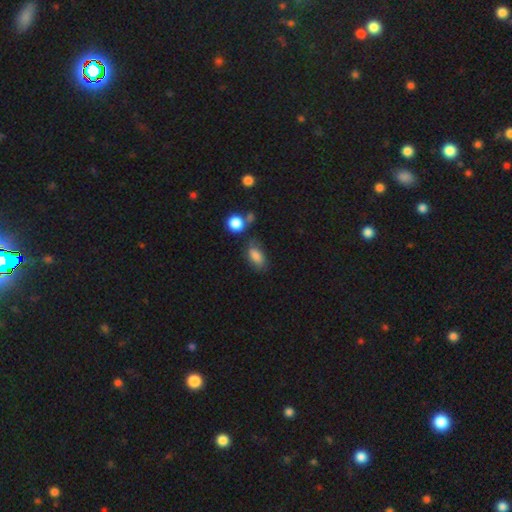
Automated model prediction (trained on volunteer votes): The model was most divided on "merging": none: 61%, minor disturbance: 22%, merger: 9%, major disturbance: 8%. More confident: how rounded — in between (87%); smooth or featured — smooth (82%).